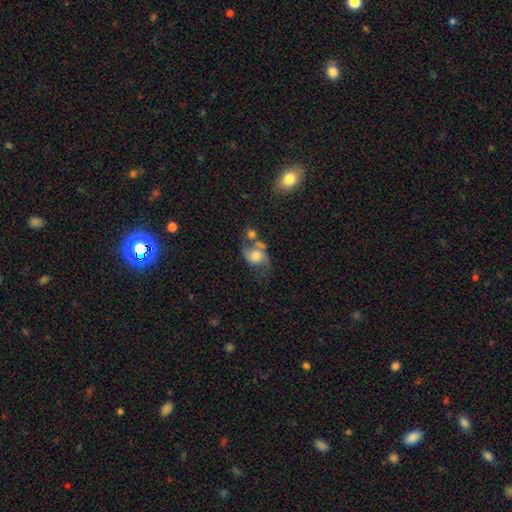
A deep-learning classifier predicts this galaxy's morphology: This appears to be a featured or disk galaxy (50%). Merging: merger (32%).